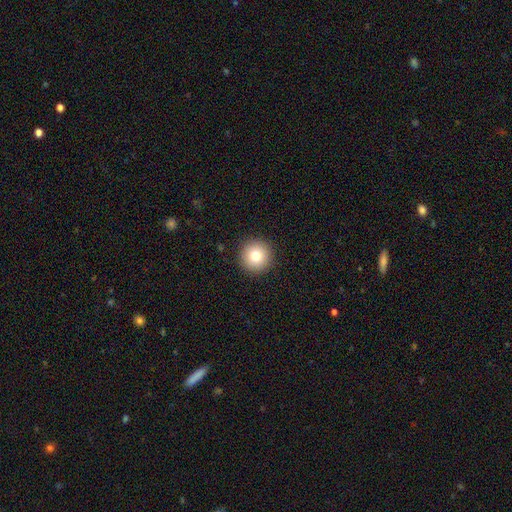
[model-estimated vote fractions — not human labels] Smooth or featured? smooth (79%)
How rounded? round (96%)
Merging? none (92%)